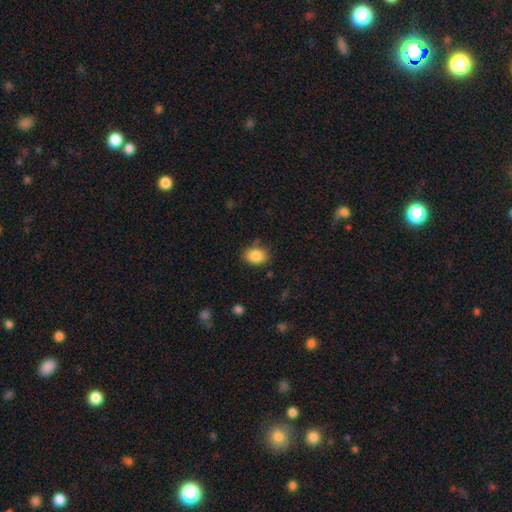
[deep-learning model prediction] Smooth or featured?
  - smooth: 86% *
  - star or artifact: 9%
  - featured or disk: 6%
How rounded?
  - in between: 63% *
  - round: 36%
  - cigar-shaped: 1%
Merging?
  - none: 80% *
  - minor disturbance: 14%
  - major disturbance: 3%
  - merger: 3%